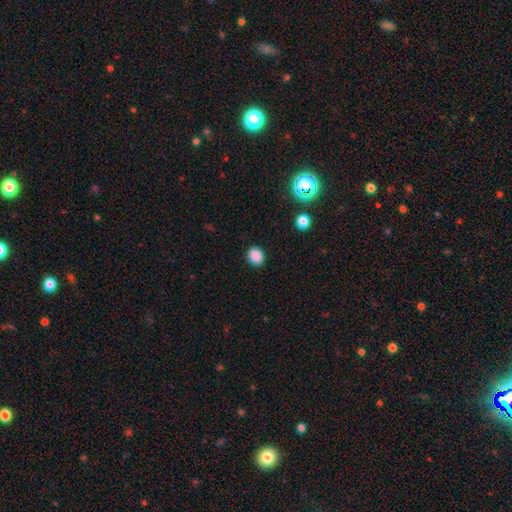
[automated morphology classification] A smooth galaxy with no disk features (87%) that is round (57%).

Vote fractions:
- Smooth or featured? smooth: 87% / star or artifact: 10% / featured or disk: 3%
- How rounded? round: 57% / in between: 43% / cigar-shaped: 1%
- Merging? none: 89% / minor disturbance: 7% / major disturbance: 2% / merger: 1%